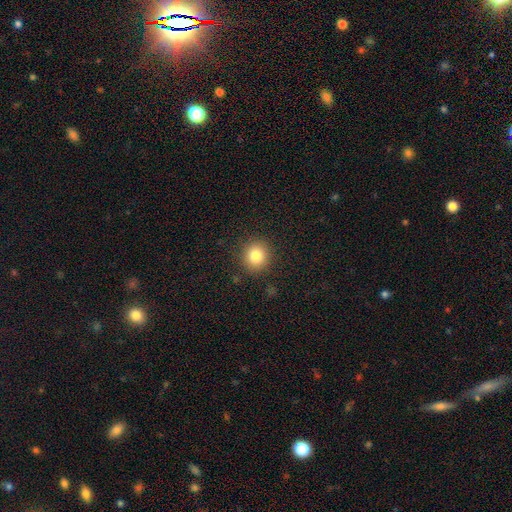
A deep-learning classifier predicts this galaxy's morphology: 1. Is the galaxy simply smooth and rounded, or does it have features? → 83% smooth, 10% star or artifact, 6% featured or disk.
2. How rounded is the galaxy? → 87% round, 12% in between, 1% cigar-shaped.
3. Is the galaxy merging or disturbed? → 89% none, 7% minor disturbance, 3% major disturbance, 1% merger.